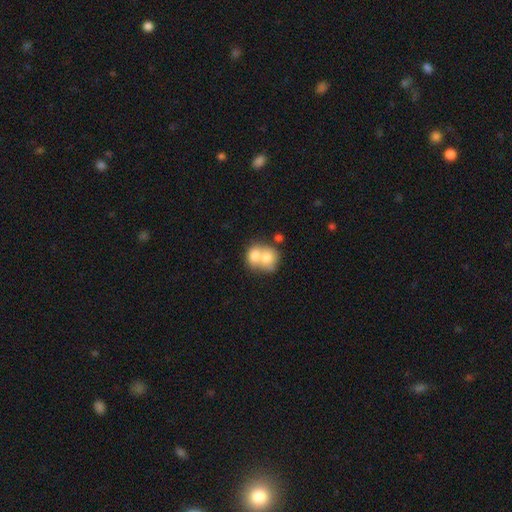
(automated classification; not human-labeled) Overall: smooth (73%). How rounded: round (66%; in between 33%). Merging: merger (71%).